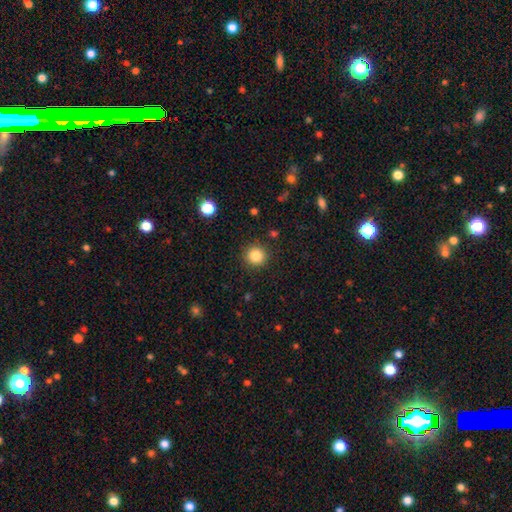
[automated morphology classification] Smooth or featured?
  - smooth: 84% *
  - star or artifact: 11%
  - featured or disk: 5%
How rounded?
  - round: 94% *
  - in between: 5%
  - cigar-shaped: 1%
Merging?
  - none: 90% *
  - minor disturbance: 6%
  - major disturbance: 2%
  - merger: 1%